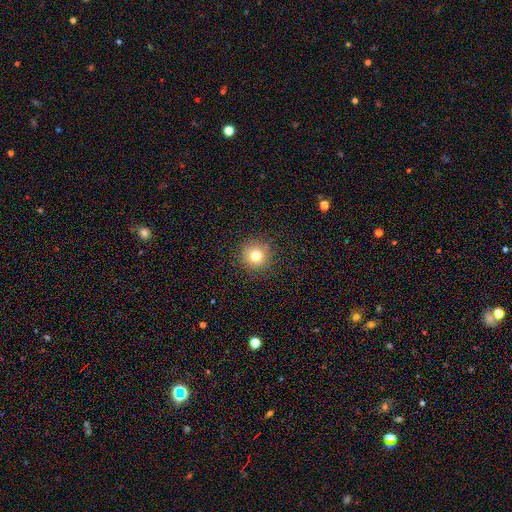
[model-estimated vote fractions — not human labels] Smooth or featured?
  - smooth: 77% *
  - star or artifact: 14%
  - featured or disk: 9%
How rounded?
  - round: 95% *
  - in between: 4%
  - cigar-shaped: 1%
Merging?
  - none: 90% *
  - minor disturbance: 7%
  - major disturbance: 3%
  - merger: 1%